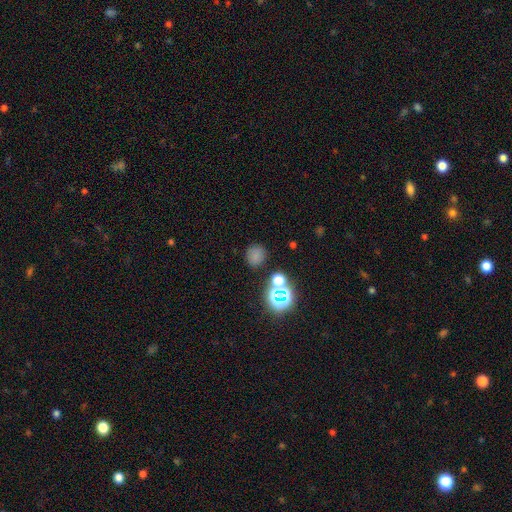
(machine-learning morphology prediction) The model was most divided on "smooth or featured": smooth: 70%, star or artifact: 23%, featured or disk: 7%. More confident: how rounded — round (86%); merging — none (80%).